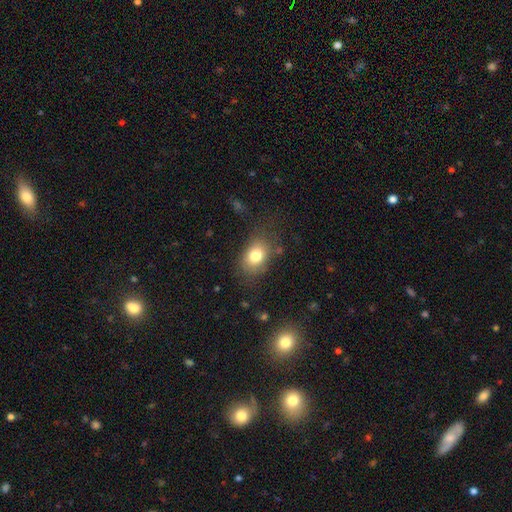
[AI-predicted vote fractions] Smooth or featured? Predicted: smooth (p=0.79). How rounded? Predicted: in between (p=0.72). Merging? Predicted: none (p=0.73).